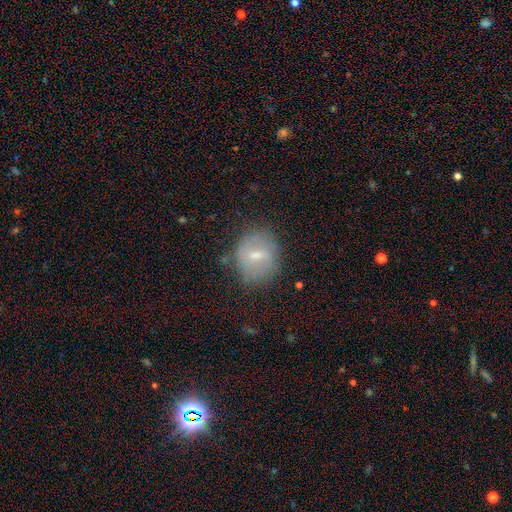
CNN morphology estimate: Smooth or featured: smooth — 48% (featured or disk — 44%)
Merging: none — 73% (minor disturbance — 19%)